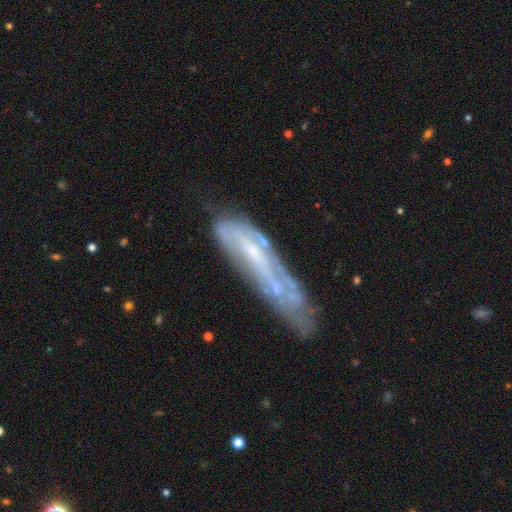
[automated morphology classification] A featured or disk galaxy (65%).

Vote fractions:
- Smooth or featured? featured or disk: 65% / smooth: 26% / star or artifact: 9%
- Edge-on disk? no: 58% / yes: 42%
- Merging? none: 50% / minor disturbance: 27% / major disturbance: 16% / merger: 6%